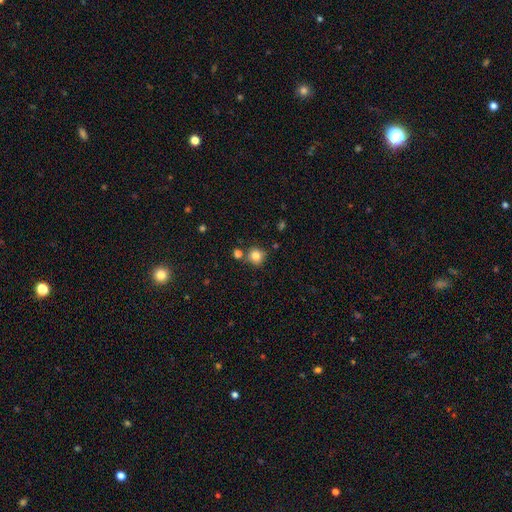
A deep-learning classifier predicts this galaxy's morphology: Overall: smooth (81%). How rounded: round (89%). Merging: none (73%).